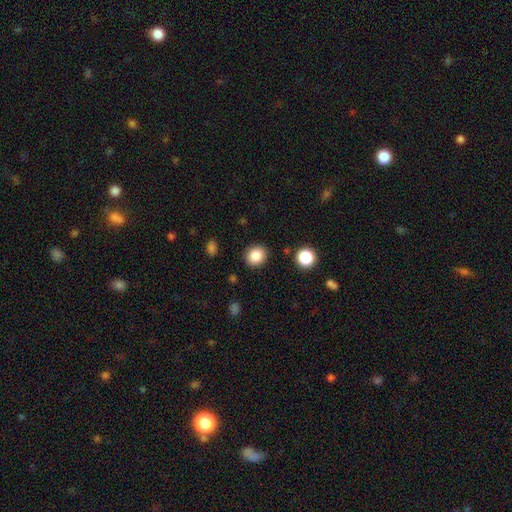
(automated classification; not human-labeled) Morphology: type=smooth (85%); roundness=round (71%); merging=none (88%).